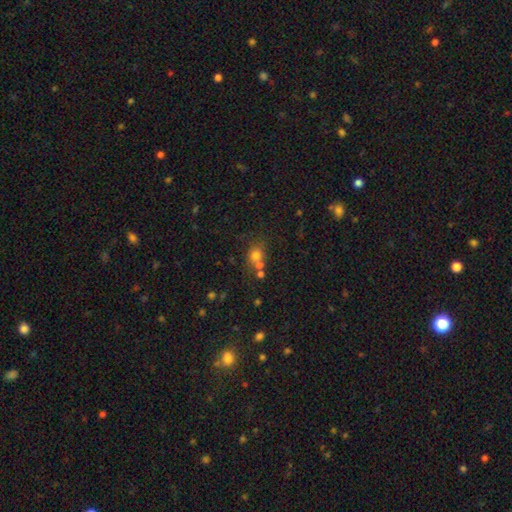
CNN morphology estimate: Smooth or featured? Predicted: smooth (p=0.70). How rounded? Predicted: round (p=0.73). Merging? Predicted: none (p=0.50).